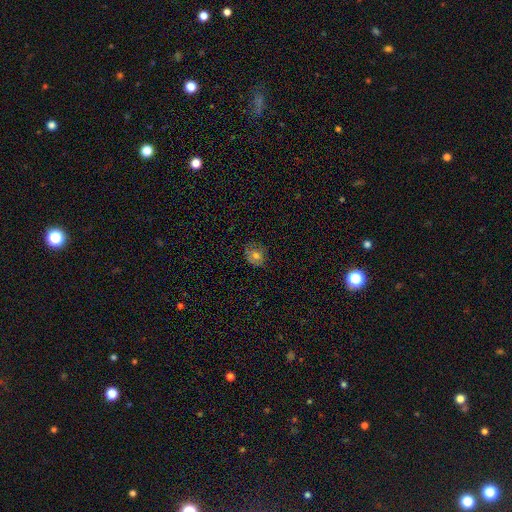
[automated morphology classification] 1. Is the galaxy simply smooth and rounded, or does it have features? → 70% smooth, 17% featured or disk, 13% star or artifact.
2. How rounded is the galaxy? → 70% round, 29% in between, 1% cigar-shaped.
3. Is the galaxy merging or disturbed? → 73% none, 21% minor disturbance, 6% major disturbance, 1% merger.